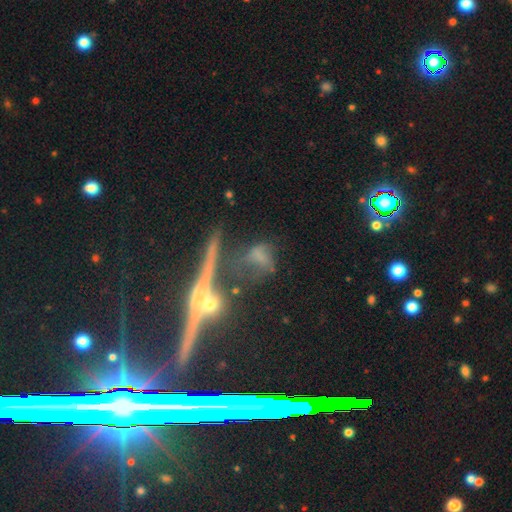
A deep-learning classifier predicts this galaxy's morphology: A featured or disk galaxy (43%).

Vote fractions:
- Smooth or featured? featured or disk: 43% / smooth: 31% / star or artifact: 26%
- Merging? none: 43% / major disturbance: 20% / minor disturbance: 19% / merger: 17%